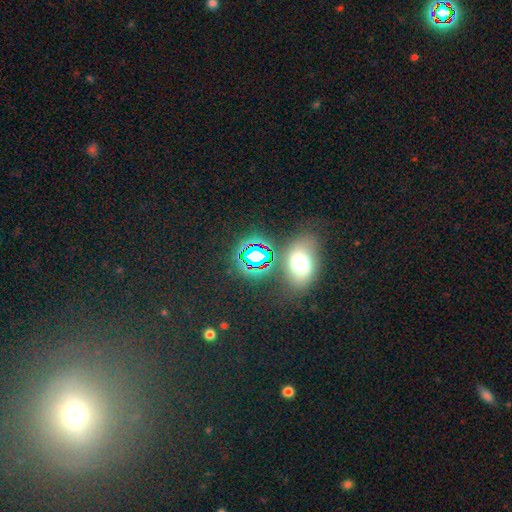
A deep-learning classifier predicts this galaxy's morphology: Q: Smooth or featured?
A: star or artifact (60%); runner-up: smooth (28%)